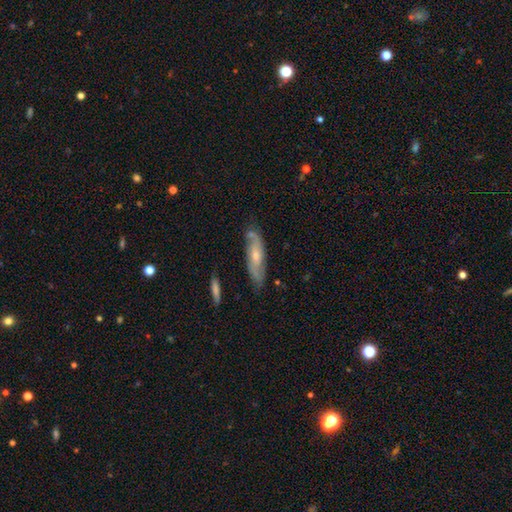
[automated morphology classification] smooth_or_featured: featured or disk (p=0.61) [alt: smooth p=0.32]
disk_edge_on: no (p=0.71) [alt: yes p=0.29]
merging: none (p=0.71) [alt: minor disturbance p=0.21]